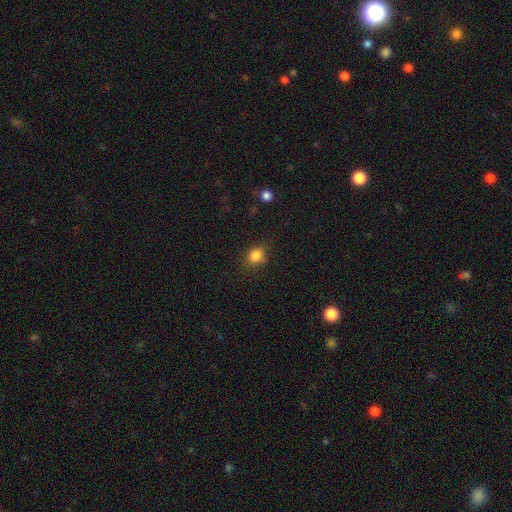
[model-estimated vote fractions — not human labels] smooth 83%, star or artifact 12%, featured or disk 5%. Down the decision tree: how rounded — round (68%); merging — none (80%).